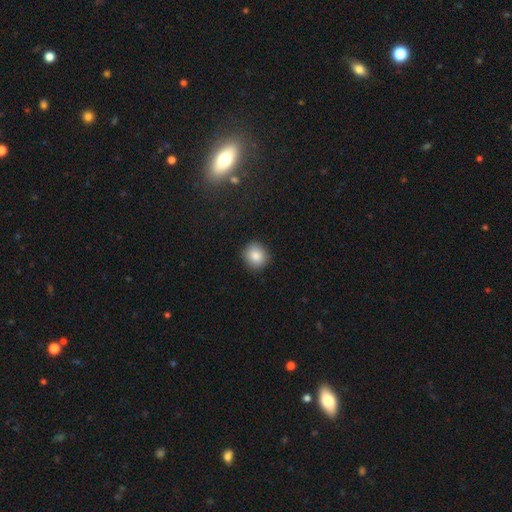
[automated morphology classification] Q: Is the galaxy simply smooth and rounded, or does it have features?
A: smooth — 85%.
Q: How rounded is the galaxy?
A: round — 86%.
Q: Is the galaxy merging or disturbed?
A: none — 89%.